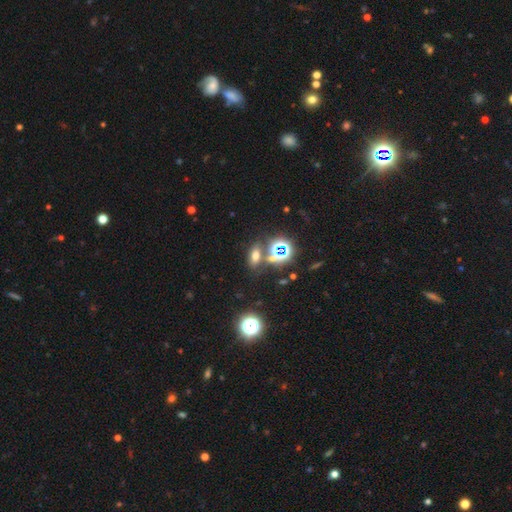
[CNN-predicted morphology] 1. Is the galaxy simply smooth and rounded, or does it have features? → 57% smooth, 32% star or artifact, 12% featured or disk.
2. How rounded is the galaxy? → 72% in between, 20% round, 8% cigar-shaped.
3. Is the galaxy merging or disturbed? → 69% none, 16% merger, 10% minor disturbance, 5% major disturbance.